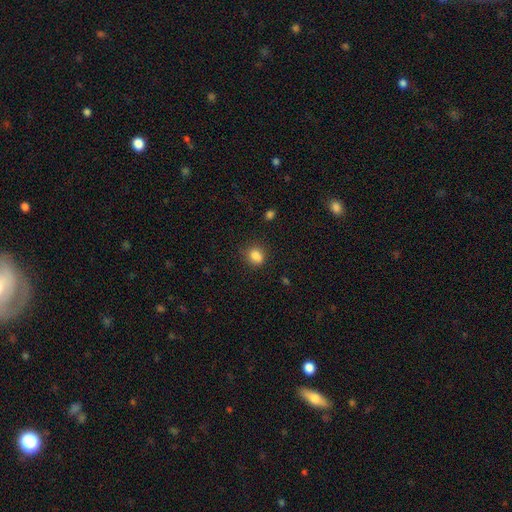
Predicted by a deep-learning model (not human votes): A smooth galaxy with no disk features (84%) that is in between round and cigar-shaped (50%).

Vote fractions:
- Smooth or featured? smooth: 84% / star or artifact: 11% / featured or disk: 5%
- How rounded? in between: 50% / round: 48% / cigar-shaped: 1%
- Merging? none: 73% / minor disturbance: 19% / major disturbance: 5% / merger: 3%